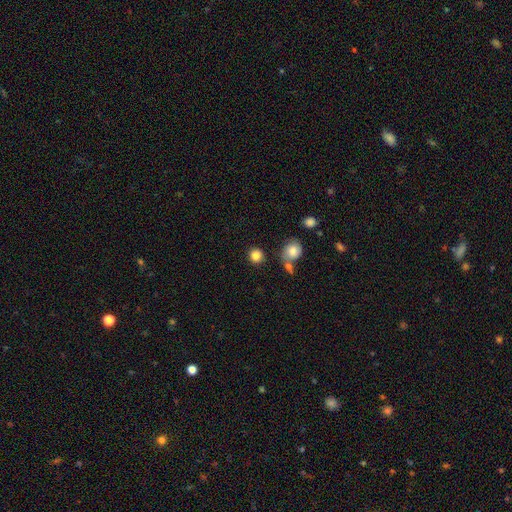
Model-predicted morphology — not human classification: smooth 85%, star or artifact 10%, featured or disk 6%. Down the decision tree: how rounded — round (87%); merging — none (80%).